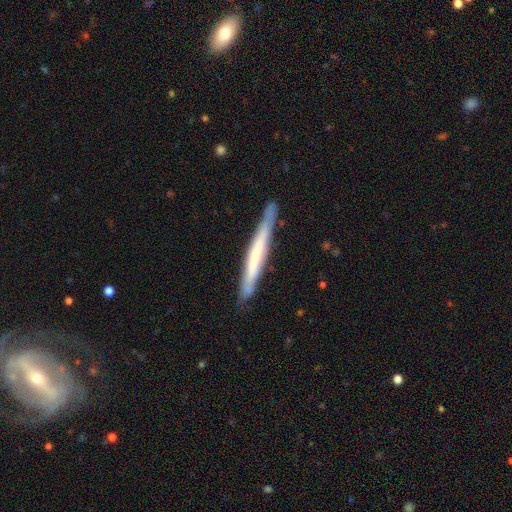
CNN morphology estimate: This appears to be a featured or disk galaxy (55%) viewed edge-on (94%) with no central bulge (66%). Merging: none (86%).